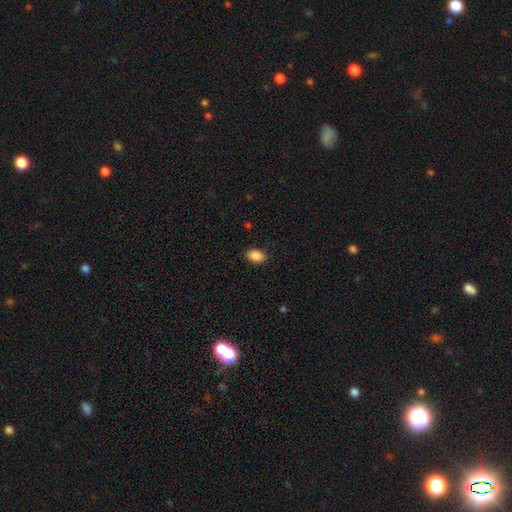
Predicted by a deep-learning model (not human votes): This is clearly a smooth galaxy (88%). How rounded: clearly in between (85%). Merging: clearly none (88%).